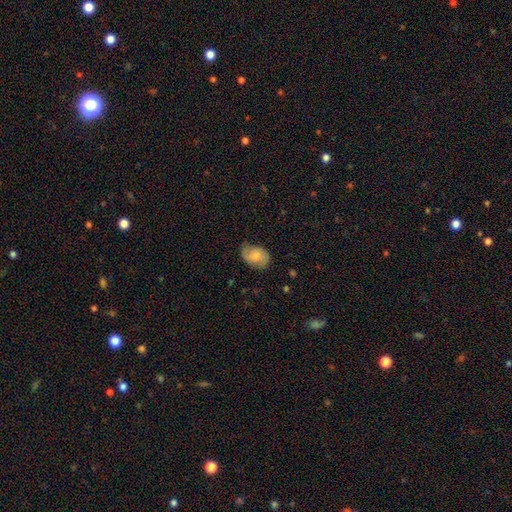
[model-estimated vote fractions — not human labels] Q: Smooth or featured?
A: smooth (61%); runner-up: featured or disk (32%)
Q: How rounded?
A: in between (79%); runner-up: round (20%)
Q: Merging?
A: none (67%); runner-up: minor disturbance (26%)